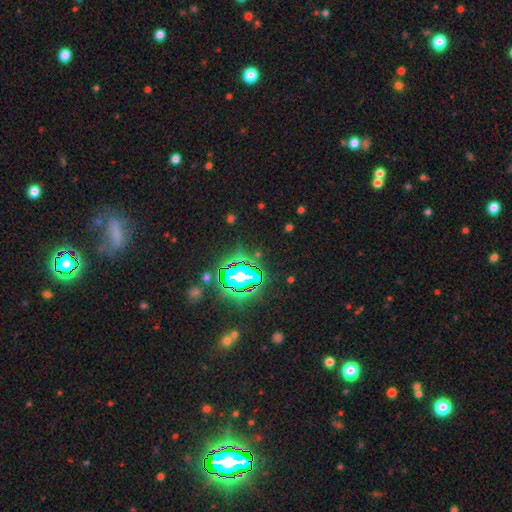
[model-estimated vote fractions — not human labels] Smooth or featured?
  - star or artifact: 77% *
  - smooth: 14%
  - featured or disk: 9%